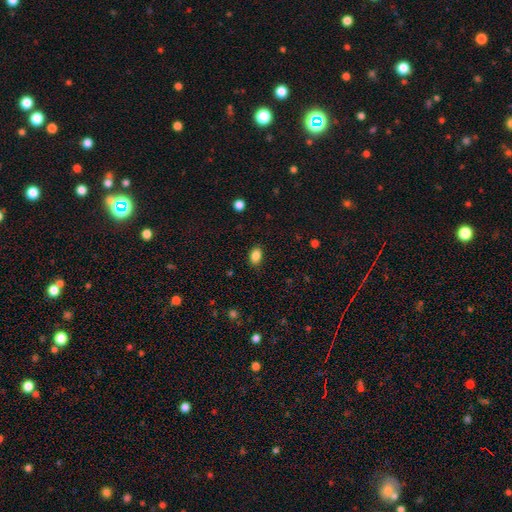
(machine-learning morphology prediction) The model was most divided on "how rounded": in between: 84%, round: 15%, cigar-shaped: 1%. More confident: smooth or featured — smooth (87%); merging — none (87%).